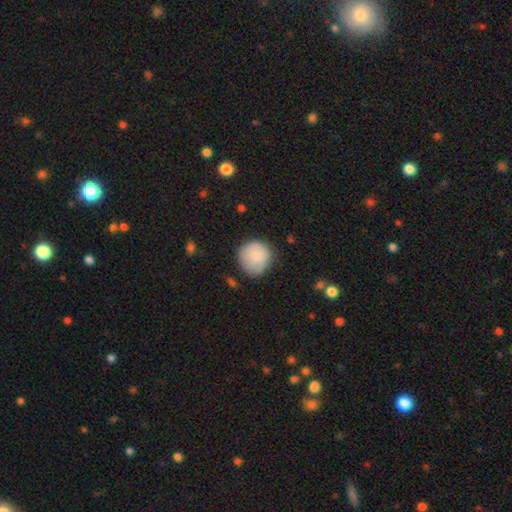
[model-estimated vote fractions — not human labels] Q: Smooth or featured?
A: smooth (83%); runner-up: featured or disk (10%)
Q: How rounded?
A: round (90%); runner-up: in between (9%)
Q: Merging?
A: none (71%); runner-up: minor disturbance (21%)